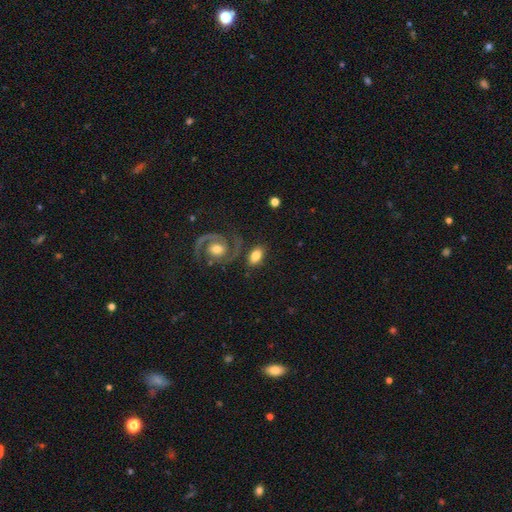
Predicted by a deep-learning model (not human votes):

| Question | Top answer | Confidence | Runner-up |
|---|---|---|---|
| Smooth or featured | smooth | 63% | featured or disk (31%) |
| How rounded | in between | 87% | round (10%) |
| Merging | none | 71% | minor disturbance (14%) |